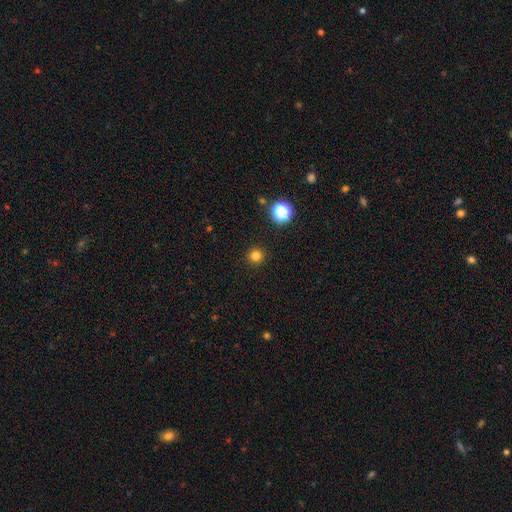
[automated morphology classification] smooth_or_featured: smooth (p=0.80) [alt: star or artifact p=0.16]
how_rounded: round (p=0.95) [alt: in between p=0.04]
merging: none (p=0.93) [alt: minor disturbance p=0.04]